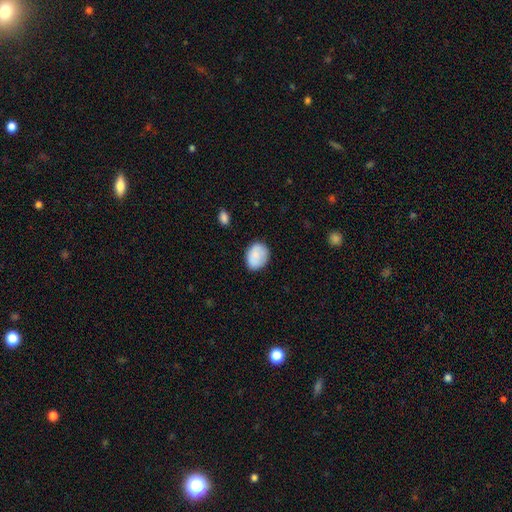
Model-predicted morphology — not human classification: The model was most divided on "how rounded": in between: 58%, round: 41%, cigar-shaped: 1%. More confident: smooth or featured — smooth (83%); merging — none (79%).